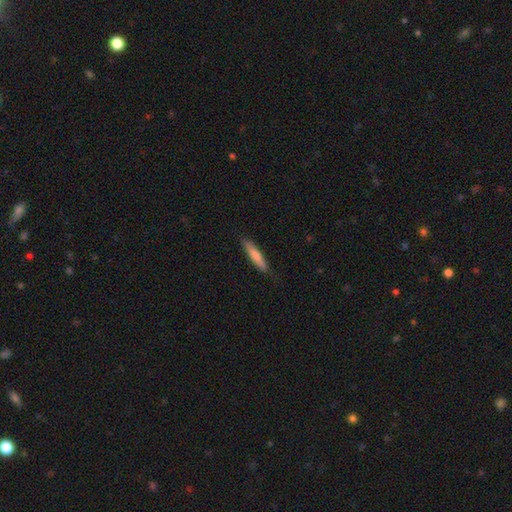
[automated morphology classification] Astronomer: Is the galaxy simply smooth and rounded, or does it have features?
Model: smooth — 77%.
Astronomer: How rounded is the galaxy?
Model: cigar-shaped — 86%.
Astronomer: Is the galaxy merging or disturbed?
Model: none — 84%.